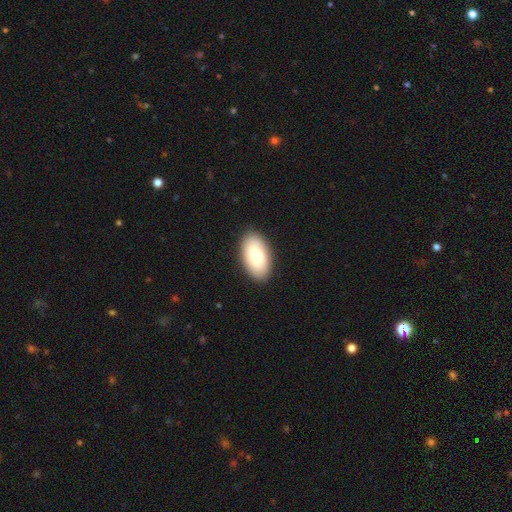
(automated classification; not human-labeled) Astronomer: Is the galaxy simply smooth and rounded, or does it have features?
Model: smooth — 73%.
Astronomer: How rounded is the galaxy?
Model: in between — 94%.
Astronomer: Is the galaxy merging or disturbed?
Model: none — 89%.